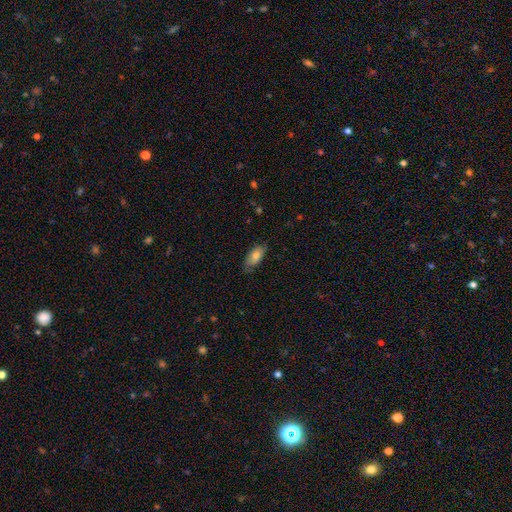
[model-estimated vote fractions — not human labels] A smooth galaxy with no disk features (75%) that is in between round and cigar-shaped (85%).

Vote fractions:
- Smooth or featured? smooth: 75% / featured or disk: 18% / star or artifact: 7%
- How rounded? in between: 85% / cigar-shaped: 12% / round: 3%
- Merging? none: 73% / minor disturbance: 22% / major disturbance: 4% / merger: 1%